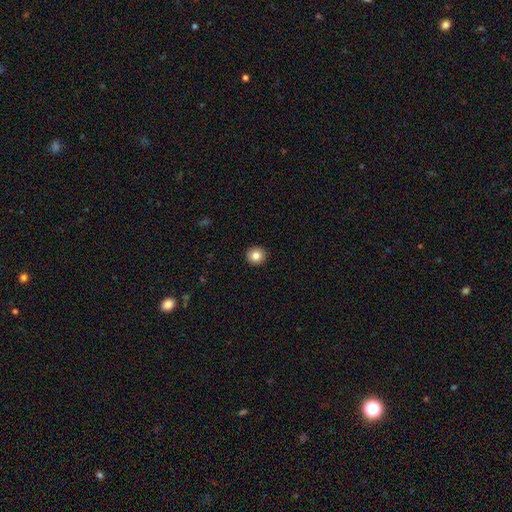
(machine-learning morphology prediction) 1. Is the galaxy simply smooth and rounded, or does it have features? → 84% smooth, 10% star or artifact, 6% featured or disk.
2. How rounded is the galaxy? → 92% round, 7% in between, 1% cigar-shaped.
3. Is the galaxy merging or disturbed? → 93% none, 4% minor disturbance, 1% major disturbance, 1% merger.